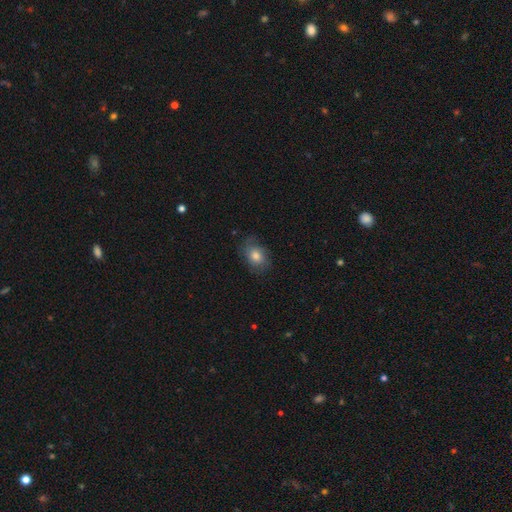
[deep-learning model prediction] smooth_or_featured: smooth (p=0.77) [alt: featured or disk p=0.15]
how_rounded: in between (p=0.68) [alt: round p=0.31]
merging: none (p=0.73) [alt: minor disturbance p=0.20]